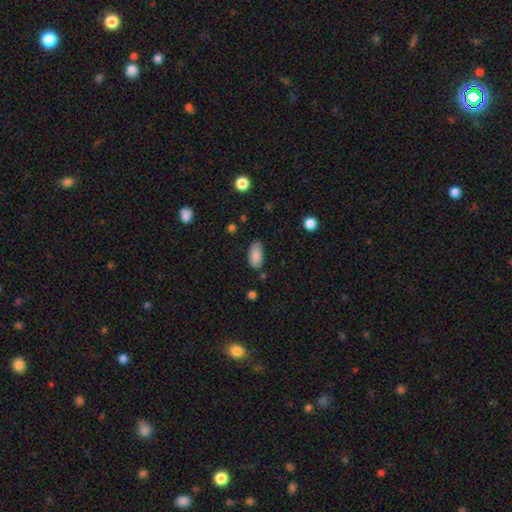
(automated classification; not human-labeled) A smooth galaxy with no disk features (86%) that is in between round and cigar-shaped (92%). Merging: none (76%).